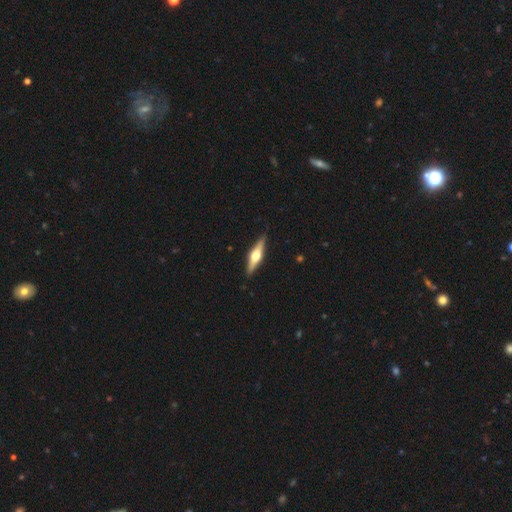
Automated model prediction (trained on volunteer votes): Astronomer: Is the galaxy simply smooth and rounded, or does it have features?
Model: featured or disk — 71%.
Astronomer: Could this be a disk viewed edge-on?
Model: yes — 97%.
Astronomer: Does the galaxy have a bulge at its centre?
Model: rounded — 95%.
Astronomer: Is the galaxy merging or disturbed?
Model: none — 91%.